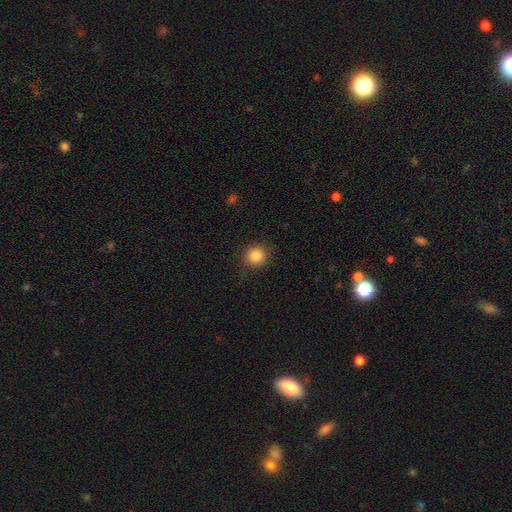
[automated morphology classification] Smooth or featured? smooth (85%)
How rounded? round (89%)
Merging? none (89%)